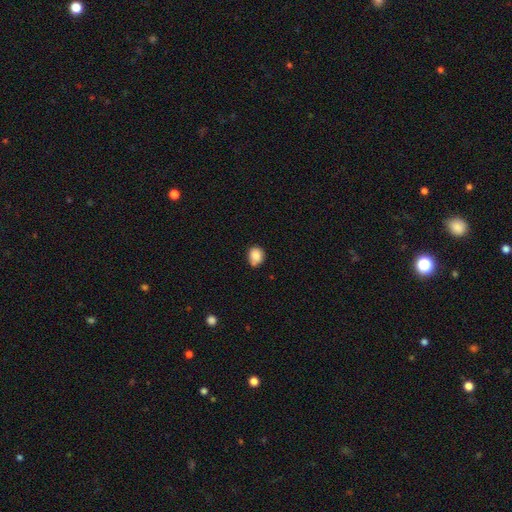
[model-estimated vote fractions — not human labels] Smooth or featured? Predicted: smooth (p=0.85). How rounded? Predicted: round (p=0.61). Merging? Predicted: none (p=0.63).